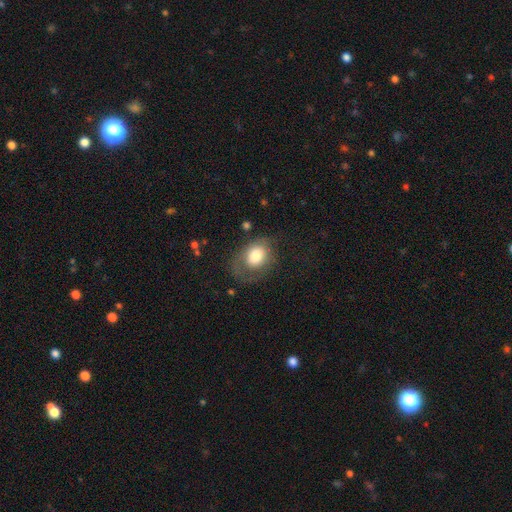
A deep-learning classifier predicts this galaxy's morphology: Q: Smooth or featured?
A: smooth (67%); runner-up: featured or disk (25%)
Q: How rounded?
A: in between (59%); runner-up: round (40%)
Q: Merging?
A: none (48%); runner-up: major disturbance (25%)